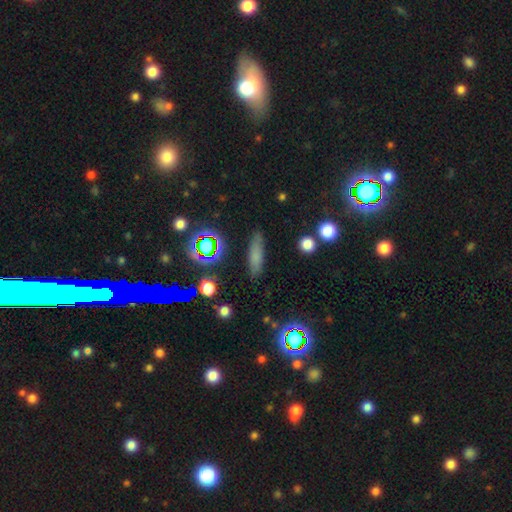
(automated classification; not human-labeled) Q: Smooth or featured?
A: smooth (69%); runner-up: featured or disk (16%)
Q: How rounded?
A: cigar-shaped (65%); runner-up: in between (30%)
Q: Merging?
A: none (82%); runner-up: minor disturbance (12%)